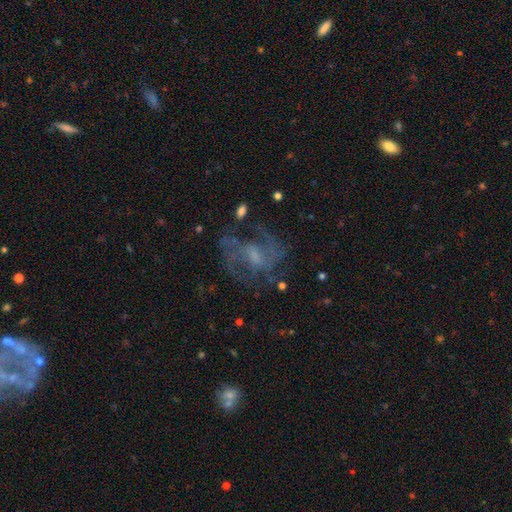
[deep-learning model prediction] smooth-or-featured: featured or disk: 77% | smooth: 12% | star or artifact: 11%
  disk-edge-on: no: 97% | yes: 3%
    bar: weak: 51% | no: 37% | strong: 12%
    has-spiral-arms: yes: 87% | no: 13%
      spiral-winding: medium: 52% | loose: 29% | tight: 20%
      spiral-arm-count: 2: 46% | can't tell: 23% | 3: 16% | 1: 5% | 4: 5% | more than 4: 4%
    bulge-size: small: 42% | moderate: 33% | none: 20% | large: 4% | dominant: 1%
  merging: none: 58% | major disturbance: 21% | minor disturbance: 17% | merger: 3%